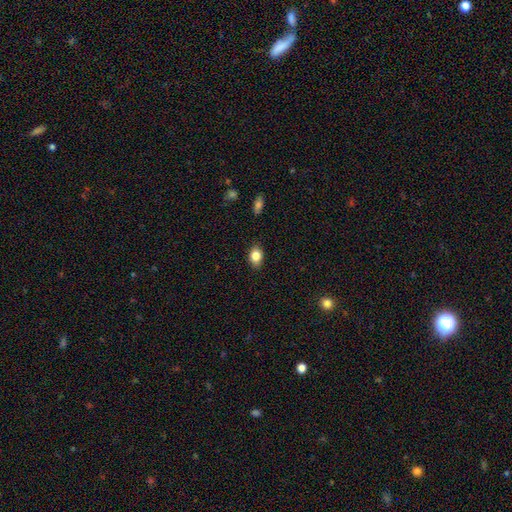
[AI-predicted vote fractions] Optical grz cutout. It shows a smooth galaxy with no disk features (83%) that is in between round and cigar-shaped (74%). Merging: none (86%).